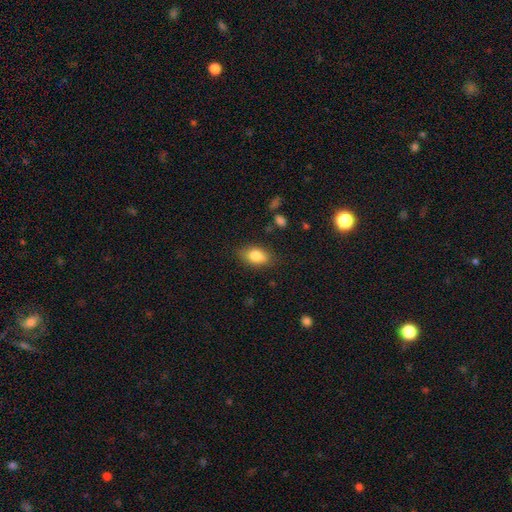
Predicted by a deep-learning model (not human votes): smooth-or-featured: smooth: 80% | featured or disk: 12% | star or artifact: 8%
  how-rounded: in between: 84% | round: 13% | cigar-shaped: 3%
  merging: none: 79% | minor disturbance: 16% | major disturbance: 3% | merger: 2%